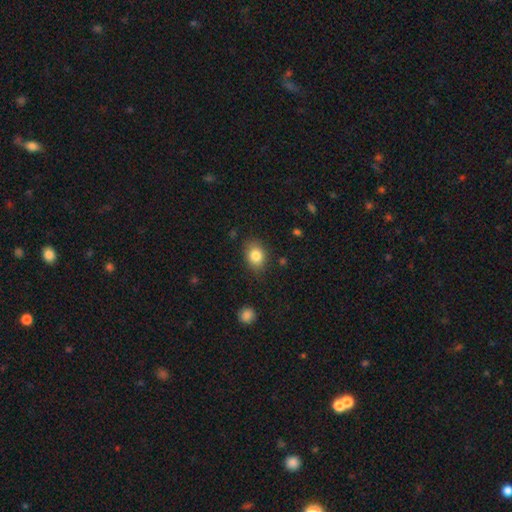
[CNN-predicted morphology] Q: Smooth or featured?
A: smooth (84%); runner-up: star or artifact (9%)
Q: How rounded?
A: in between (59%); runner-up: round (40%)
Q: Merging?
A: none (80%); runner-up: minor disturbance (15%)